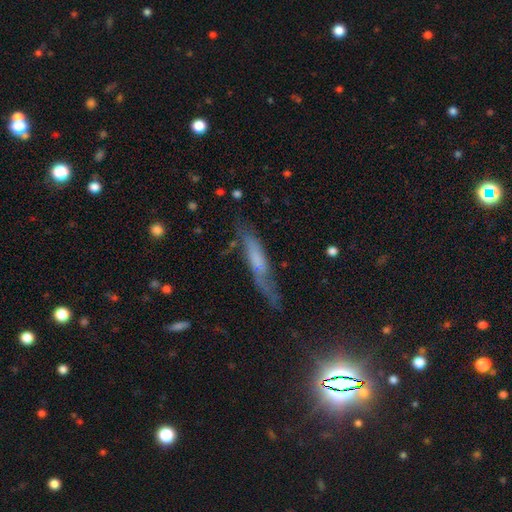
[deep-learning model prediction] A featured or disk galaxy (46%).

Vote fractions:
- Smooth or featured? featured or disk: 46% / smooth: 44% / star or artifact: 11%
- Merging? none: 54% / minor disturbance: 27% / major disturbance: 15% / merger: 4%